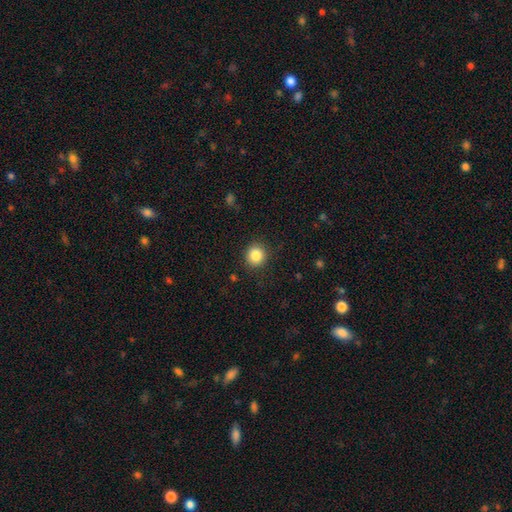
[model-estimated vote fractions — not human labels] A smooth galaxy with no disk features (85%) that is round (89%). Merging: none (89%).